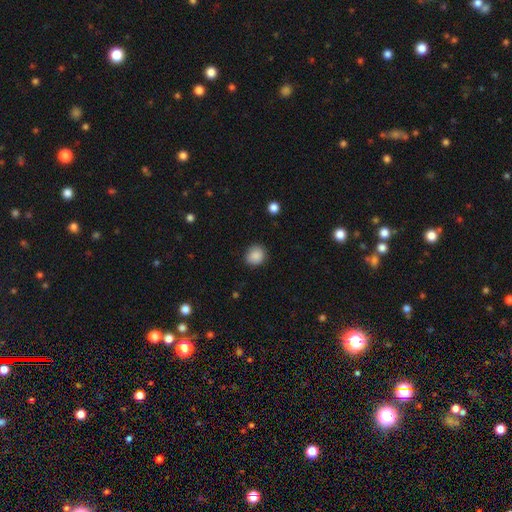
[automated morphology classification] Smooth or featured? Predicted: smooth (p=0.88). How rounded? Predicted: round (p=0.79). Merging? Predicted: none (p=0.86).